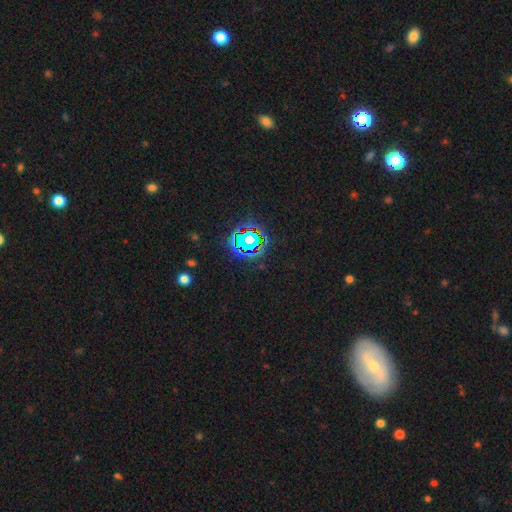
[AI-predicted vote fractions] smooth_or_featured: star or artifact (p=0.64) [alt: smooth p=0.20]